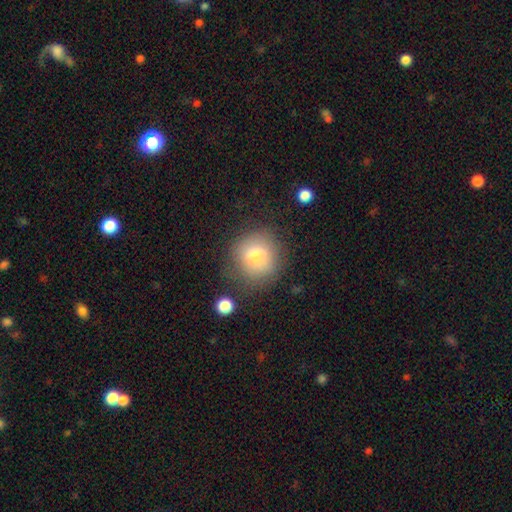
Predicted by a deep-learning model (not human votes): smooth 77%, featured or disk 13%, star or artifact 10%. Down the decision tree: how rounded — round (90%); merging — none (74%).